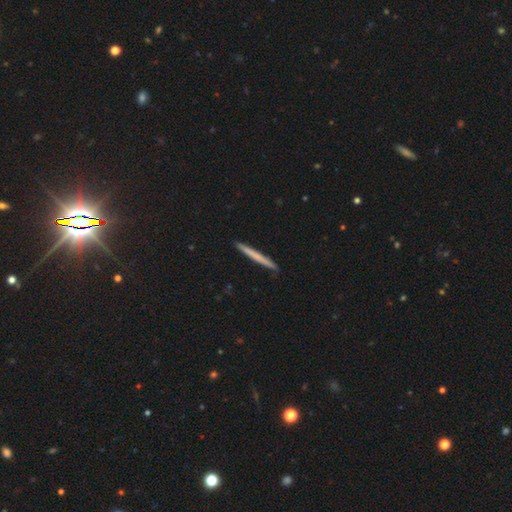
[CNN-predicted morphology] smooth_or_featured: smooth (p=0.59) [alt: featured or disk p=0.35]
how_rounded: cigar-shaped (p=0.97) [alt: in between p=0.02]
merging: none (p=0.92) [alt: minor disturbance p=0.06]